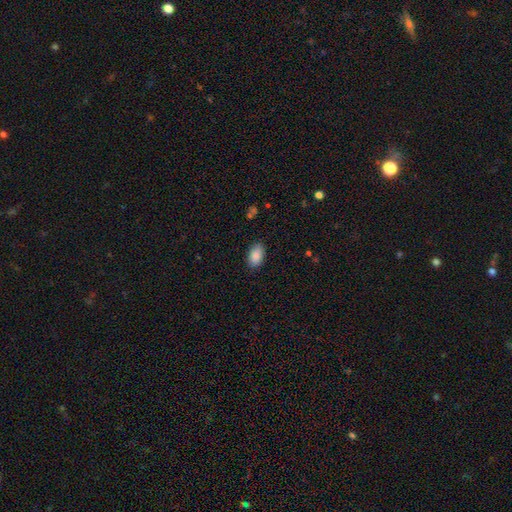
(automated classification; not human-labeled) smooth-or-featured: smooth: 89% | star or artifact: 7% | featured or disk: 4%
  how-rounded: in between: 93% | round: 6% | cigar-shaped: 2%
  merging: none: 87% | minor disturbance: 10% | major disturbance: 2% | merger: 1%